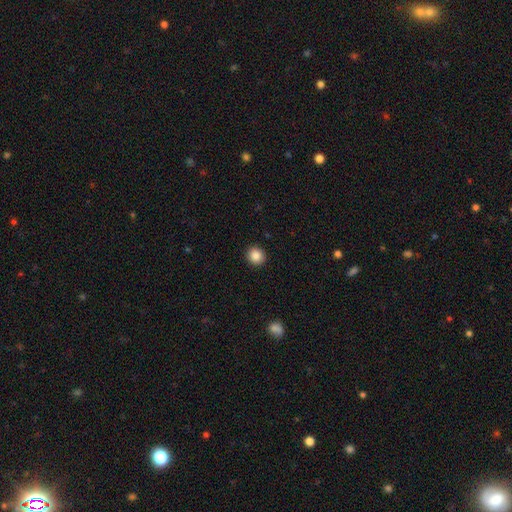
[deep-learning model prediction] This is clearly a smooth galaxy (86%). How rounded: clearly round (88%). Merging: clearly none (92%).